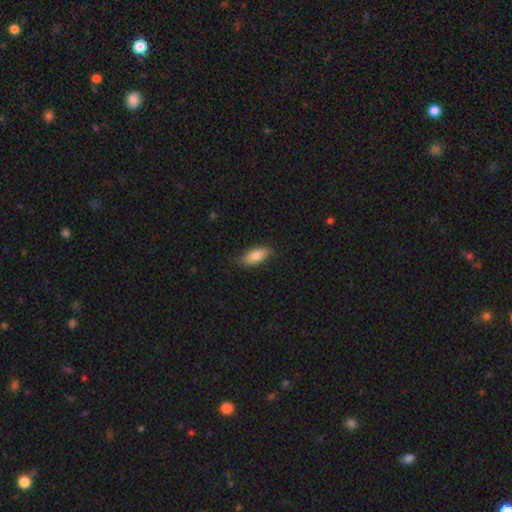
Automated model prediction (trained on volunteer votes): A smooth galaxy with no disk features (82%) that is in between round and cigar-shaped (85%).

Vote fractions:
- Smooth or featured? smooth: 82% / featured or disk: 12% / star or artifact: 6%
- How rounded? in between: 85% / cigar-shaped: 12% / round: 2%
- Merging? none: 81% / minor disturbance: 15% / major disturbance: 3% / merger: 1%